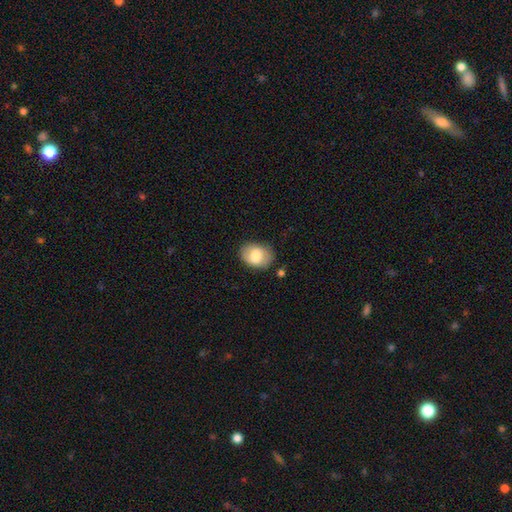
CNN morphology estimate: Smooth or featured? Predicted: smooth (p=0.73). How rounded? Predicted: in between (p=0.73). Merging? Predicted: none (p=0.79).